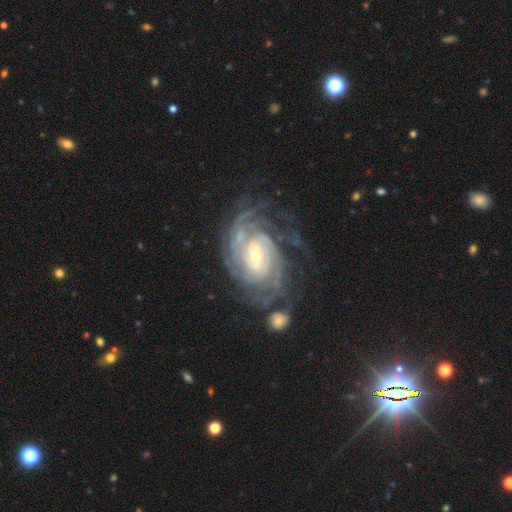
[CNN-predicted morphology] Overall: featured or disk (91%). Edge-on disk: no (97%). Bar: weak (50%; strong 28%). Spiral arms: yes (98%). Spiral arm count: can't tell (27%; 4 22%). Spiral winding: tight (71%). Bulge size: small (55%; moderate 38%). Merging: none (62%).